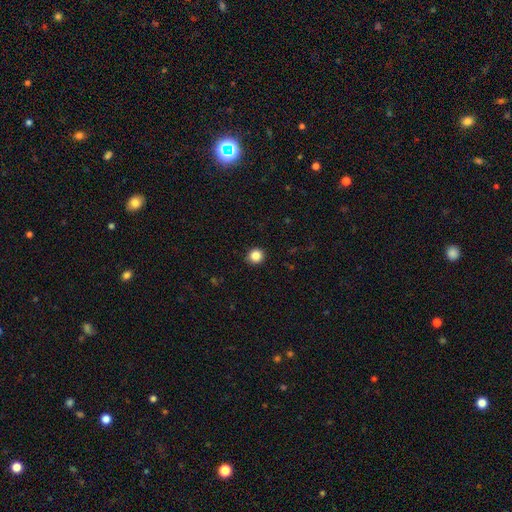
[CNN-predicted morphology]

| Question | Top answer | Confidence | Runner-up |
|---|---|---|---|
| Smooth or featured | smooth | 86% | star or artifact (11%) |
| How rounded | round | 91% | in between (8%) |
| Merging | none | 92% | minor disturbance (6%) |